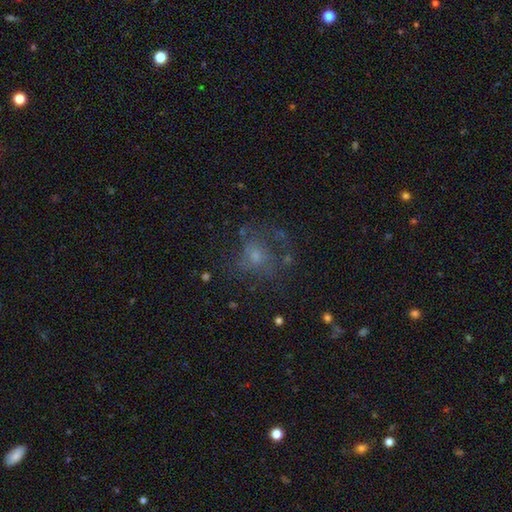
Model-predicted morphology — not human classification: smooth 43%, featured or disk 39%, star or artifact 18%. Down the decision tree: merging — none (50%).